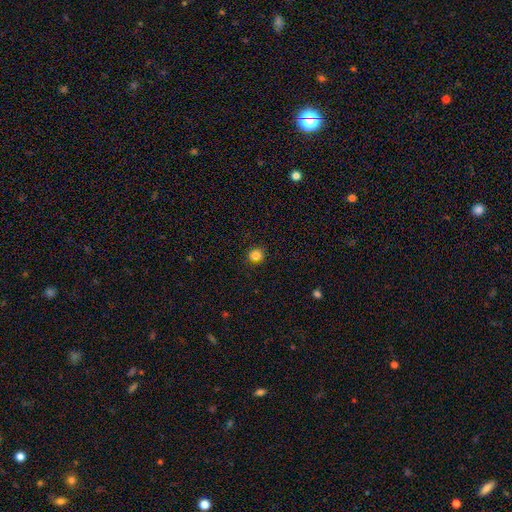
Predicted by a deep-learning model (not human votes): smooth_or_featured: smooth (p=0.84) [alt: star or artifact p=0.12]
how_rounded: round (p=0.88) [alt: in between p=0.11]
merging: none (p=0.91) [alt: minor disturbance p=0.06]